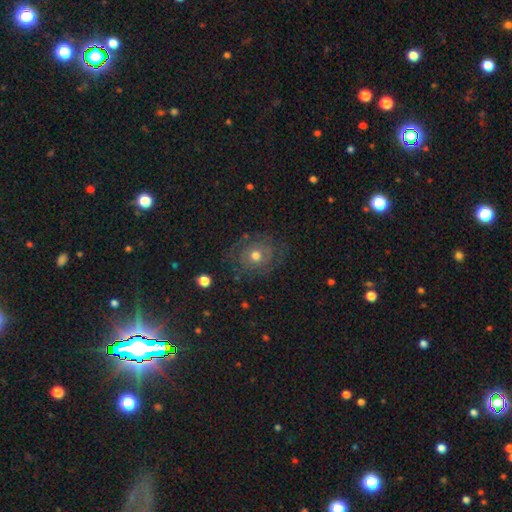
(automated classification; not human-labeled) A featured or disk galaxy (52%).

Vote fractions:
- Smooth or featured? featured or disk: 52% / smooth: 37% / star or artifact: 11%
- Edge-on disk? no: 96% / yes: 4%
- Merging? none: 71% / minor disturbance: 16% / major disturbance: 11% / merger: 2%